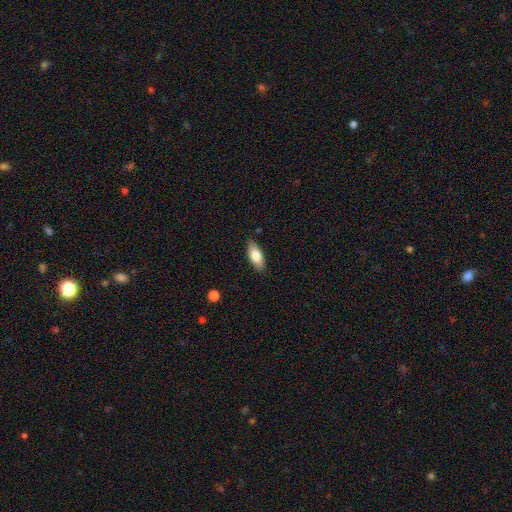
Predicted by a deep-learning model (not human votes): smooth 76%, featured or disk 17%, star or artifact 6%. Down the decision tree: how rounded — in between (79%); merging — none (86%).